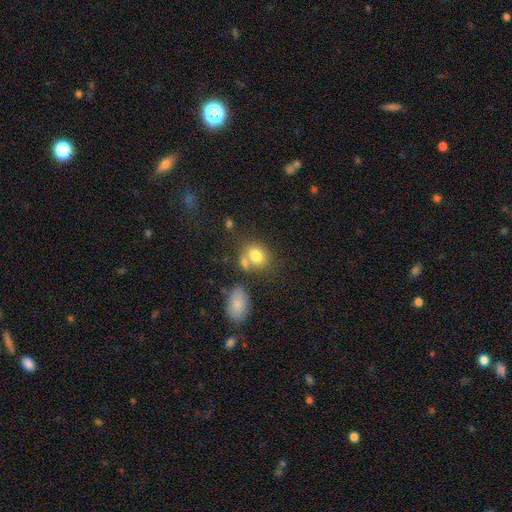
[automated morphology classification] A smooth galaxy with no disk features (79%) that is round (49%, tied with in between).

Vote fractions:
- Smooth or featured? smooth: 79% / featured or disk: 11% / star or artifact: 10%
- How rounded? round: 49% (tied) / in between: 49% (tied) / cigar-shaped: 1%
- Merging? none: 51% / merger: 30% / minor disturbance: 14% / major disturbance: 6%